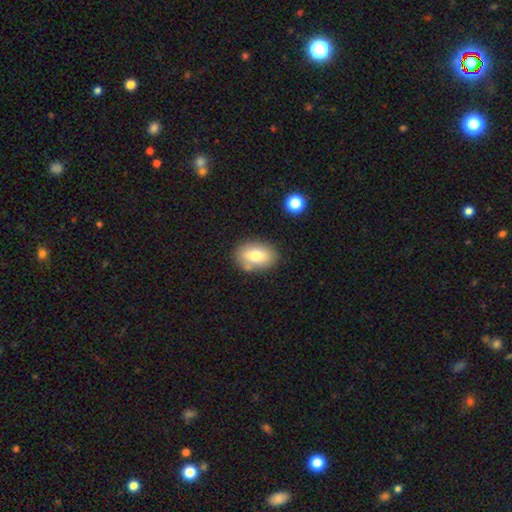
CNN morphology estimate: This is likely a smooth galaxy (75%). How rounded: clearly in between (84%). Merging: likely none (77%).